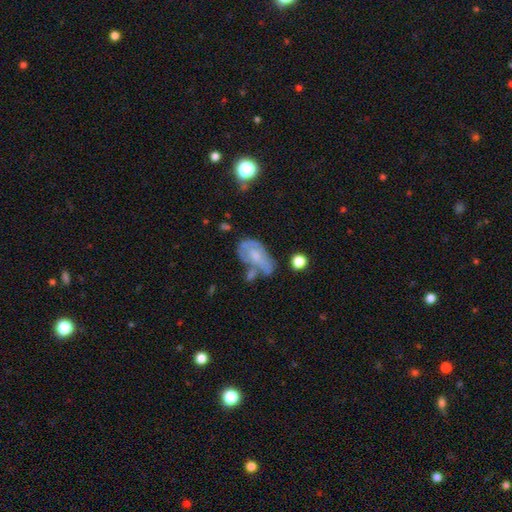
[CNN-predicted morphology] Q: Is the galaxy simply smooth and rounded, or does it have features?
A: featured or disk — 51%.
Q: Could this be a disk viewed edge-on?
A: no — 93%.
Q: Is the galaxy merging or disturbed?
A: none — 30%.